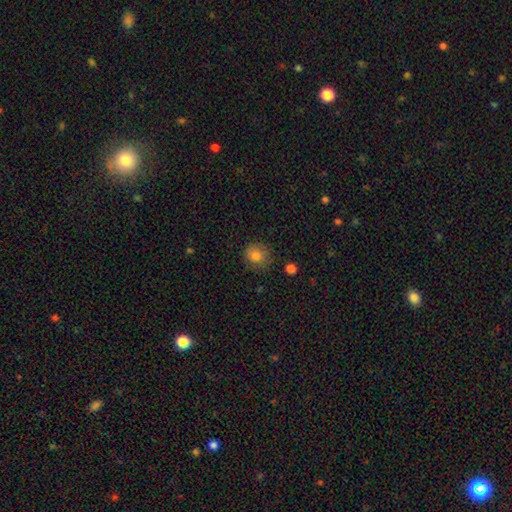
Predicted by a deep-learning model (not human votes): Overall: smooth (81%). How rounded: round (84%). Merging: none (76%).